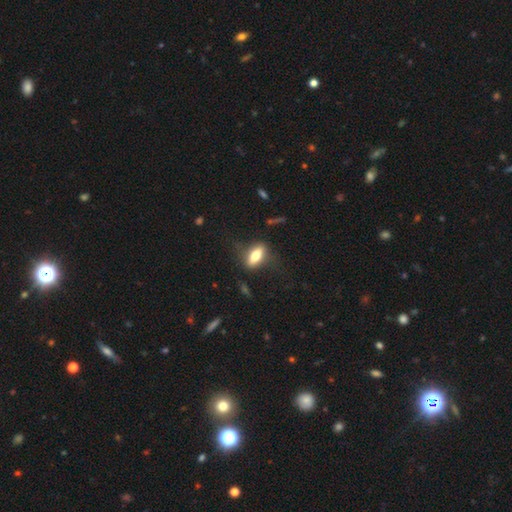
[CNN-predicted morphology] Smooth or featured? smooth (64%)
How rounded? in between (74%)
Merging? none (69%)